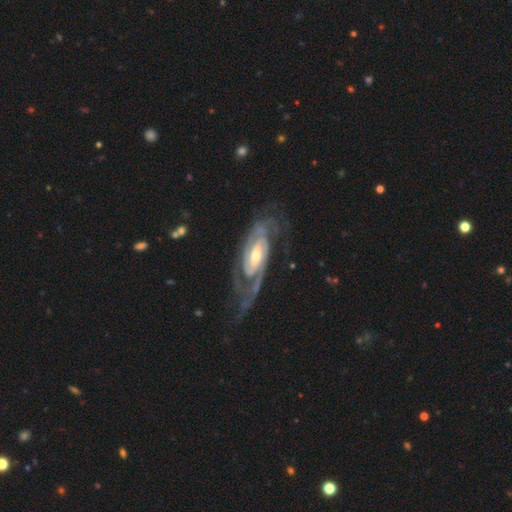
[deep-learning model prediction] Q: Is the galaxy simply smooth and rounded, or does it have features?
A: featured or disk — 91%.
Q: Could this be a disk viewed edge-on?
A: no — 94%.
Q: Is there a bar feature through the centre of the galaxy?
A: weak — 43%.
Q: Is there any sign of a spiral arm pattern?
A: yes — 97%.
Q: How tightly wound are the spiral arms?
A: tight — 53%.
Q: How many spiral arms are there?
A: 2 — 71%.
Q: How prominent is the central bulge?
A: moderate — 58%.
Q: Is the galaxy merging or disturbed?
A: none — 63%.